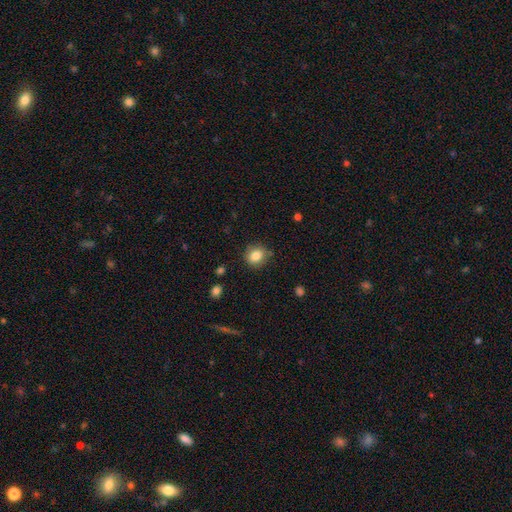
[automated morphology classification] Overall: smooth (83%). How rounded: round (81%). Merging: none (79%).